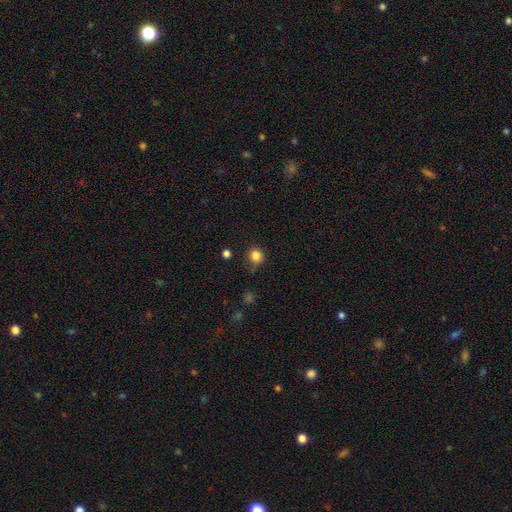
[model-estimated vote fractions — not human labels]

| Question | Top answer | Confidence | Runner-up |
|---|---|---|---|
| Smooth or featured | smooth | 84% | star or artifact (12%) |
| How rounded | round | 92% | in between (7%) |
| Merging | none | 79% | minor disturbance (15%) |